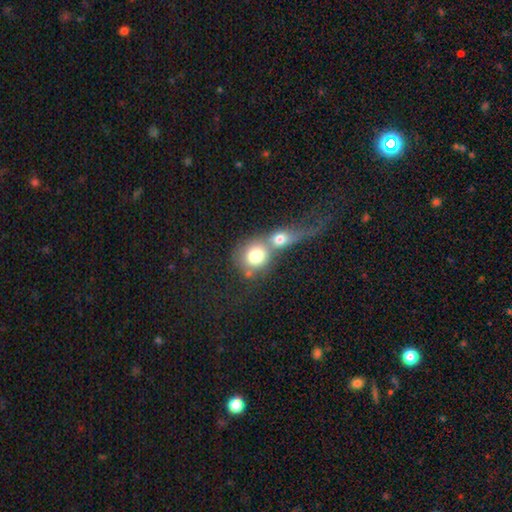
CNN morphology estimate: Overall: smooth (74%). How rounded: round (78%). Merging: merger (66%).